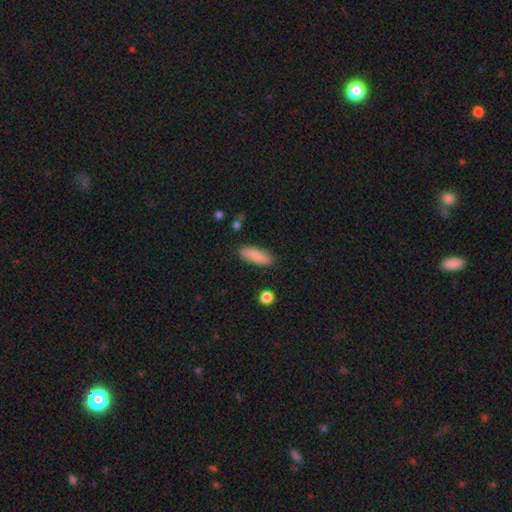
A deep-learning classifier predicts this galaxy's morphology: type=smooth (82%); roundness=in between (63%); merging=none (86%).